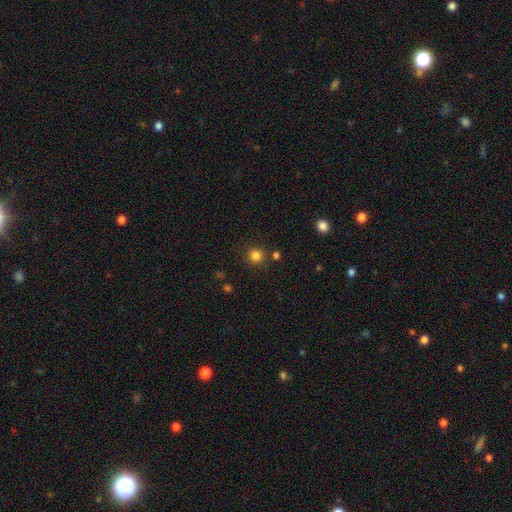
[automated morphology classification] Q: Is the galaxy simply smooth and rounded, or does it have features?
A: smooth — 83%.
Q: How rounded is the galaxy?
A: round — 94%.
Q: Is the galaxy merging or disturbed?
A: none — 86%.